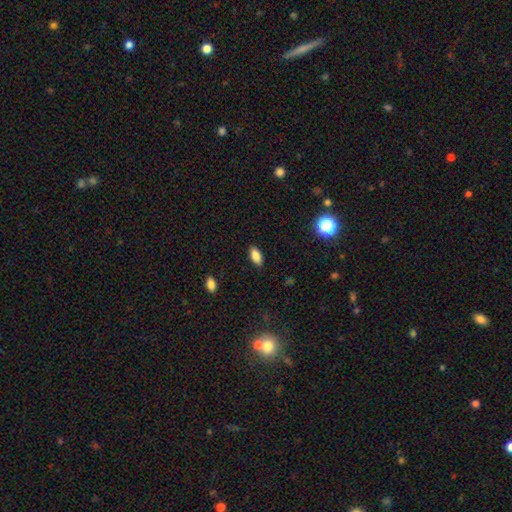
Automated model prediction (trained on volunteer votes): Overall: smooth (84%). How rounded: in between (88%). Merging: none (88%).